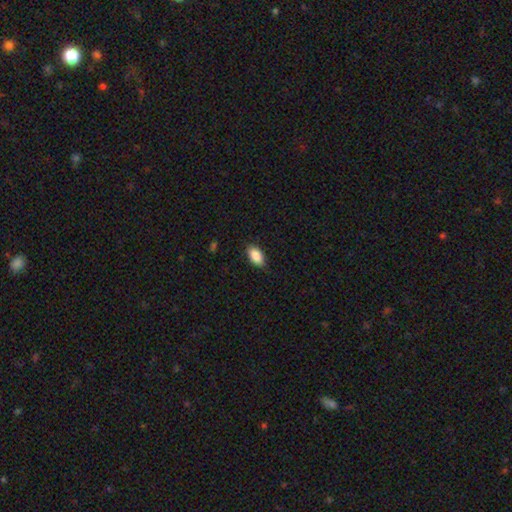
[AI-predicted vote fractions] The model was most divided on "merging": none: 85%, minor disturbance: 12%, major disturbance: 2%, merger: 1%. More confident: how rounded — in between (93%); smooth or featured — smooth (88%).